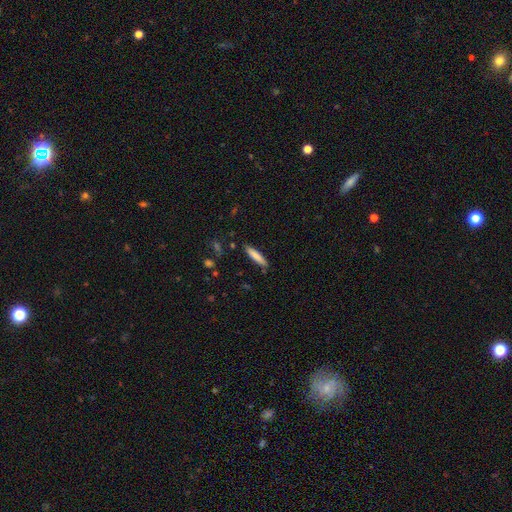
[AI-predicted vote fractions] Morphology: type=smooth (80%); roundness=cigar-shaped (87%); merging=none (87%).